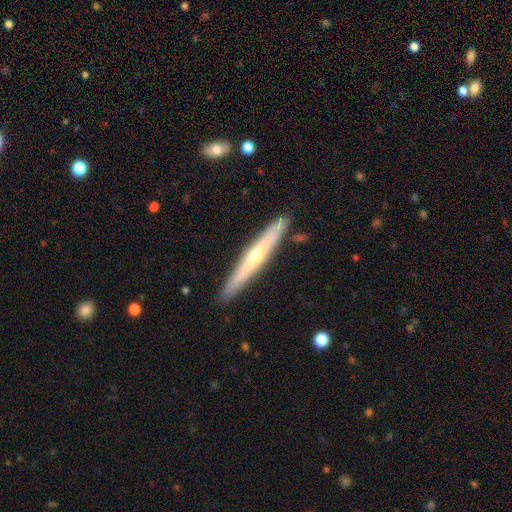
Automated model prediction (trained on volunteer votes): Smooth or featured? featured or disk (57%)
Edge-on disk? yes (93%)
Edge-on bulge? rounded (69%)
Merging? none (89%)